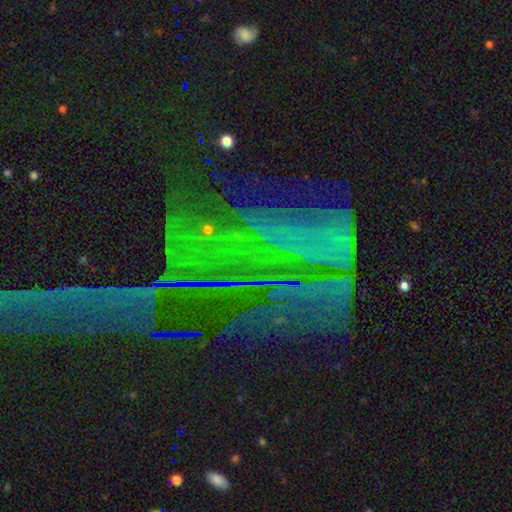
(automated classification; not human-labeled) This is clearly a star or artifact rather than a galaxy (80%).